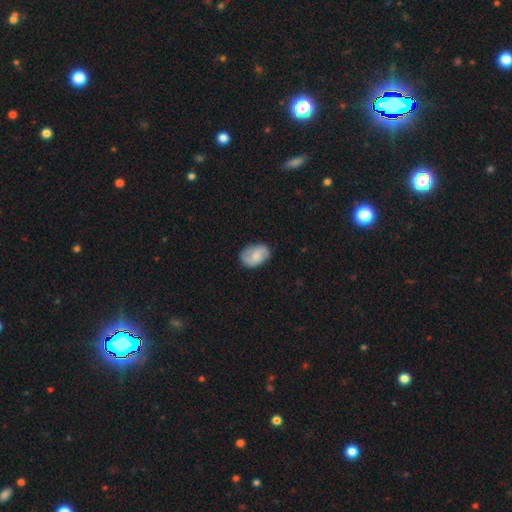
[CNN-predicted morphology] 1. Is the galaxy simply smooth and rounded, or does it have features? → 49% smooth, 43% featured or disk, 8% star or artifact.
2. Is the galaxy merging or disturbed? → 75% none, 18% minor disturbance, 5% major disturbance, 1% merger.